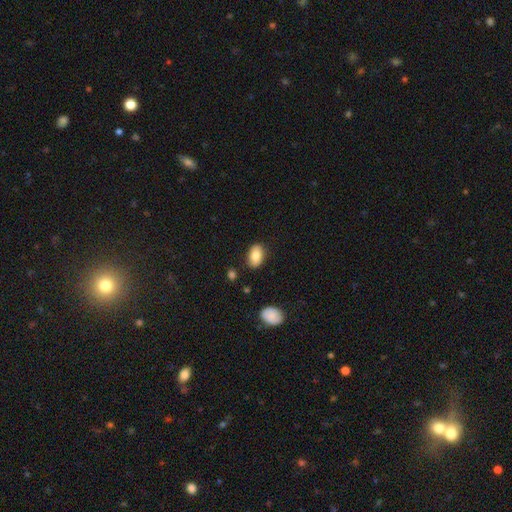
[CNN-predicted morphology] Smooth or featured? smooth (85%)
How rounded? in between (91%)
Merging? none (84%)